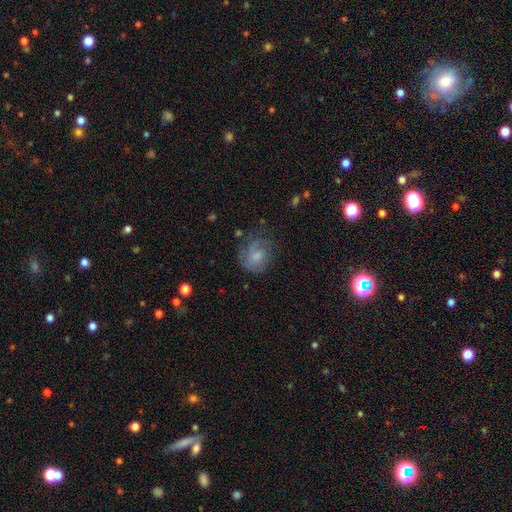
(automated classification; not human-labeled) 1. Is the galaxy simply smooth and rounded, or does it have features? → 50% smooth, 41% featured or disk, 9% star or artifact.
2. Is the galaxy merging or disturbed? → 52% none, 25% minor disturbance, 20% major disturbance, 2% merger.